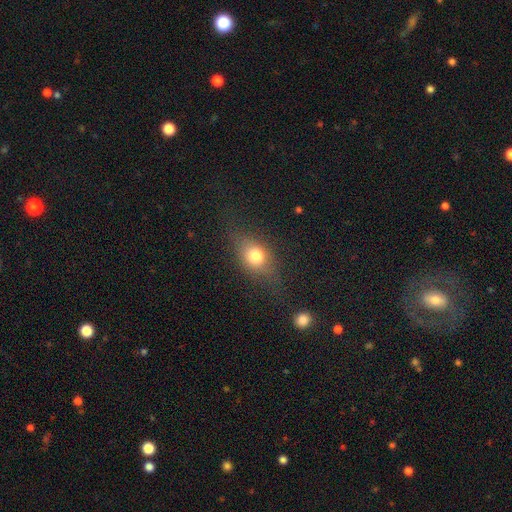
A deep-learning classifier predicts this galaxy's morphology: type=smooth (69%); roundness=in between (55%); merging=none (68%).